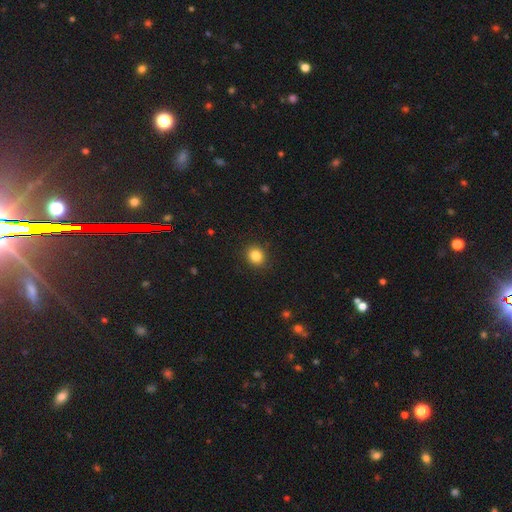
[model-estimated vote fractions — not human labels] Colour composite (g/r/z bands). It shows a smooth galaxy with no disk features (85%) that is round (79%). Merging: none (91%).